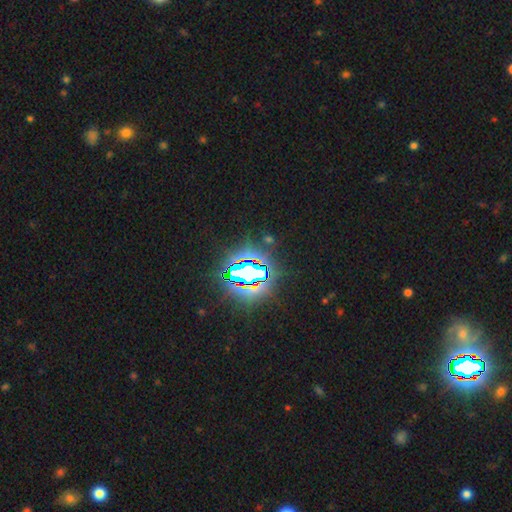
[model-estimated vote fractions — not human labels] Morphology: type=star or artifact (84%).